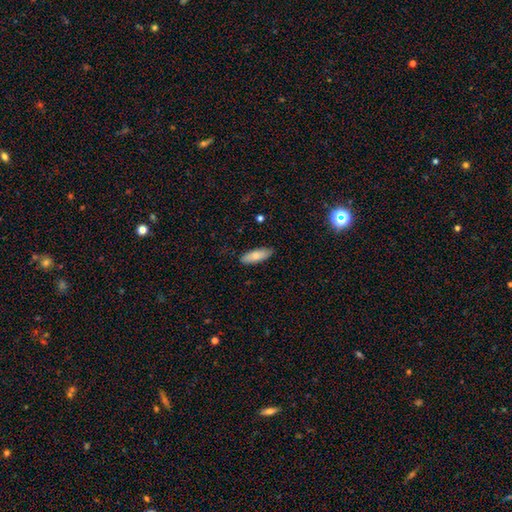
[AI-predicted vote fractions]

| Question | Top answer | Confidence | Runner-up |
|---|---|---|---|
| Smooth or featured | smooth | 78% | featured or disk (16%) |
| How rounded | in between | 61% | cigar-shaped (37%) |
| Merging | none | 88% | minor disturbance (9%) |